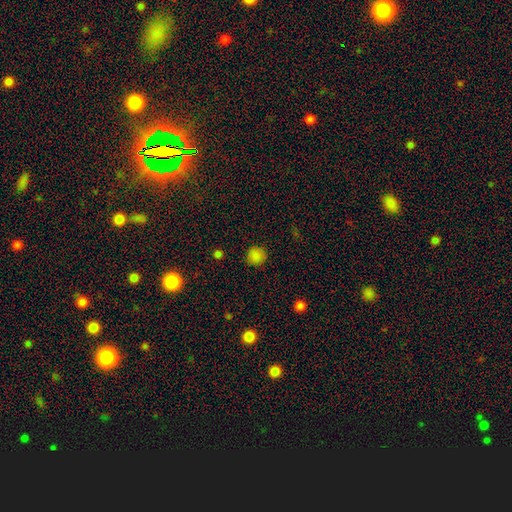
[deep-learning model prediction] Smooth or featured? smooth (84%)
How rounded? round (93%)
Merging? none (89%)